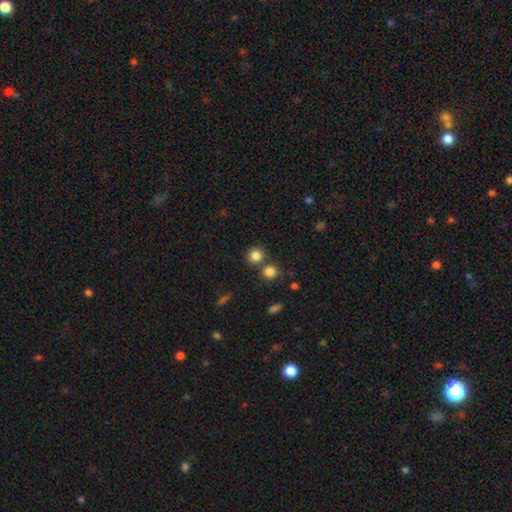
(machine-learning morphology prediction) Smooth or featured? smooth (83%)
How rounded? round (88%)
Merging? none (70%)